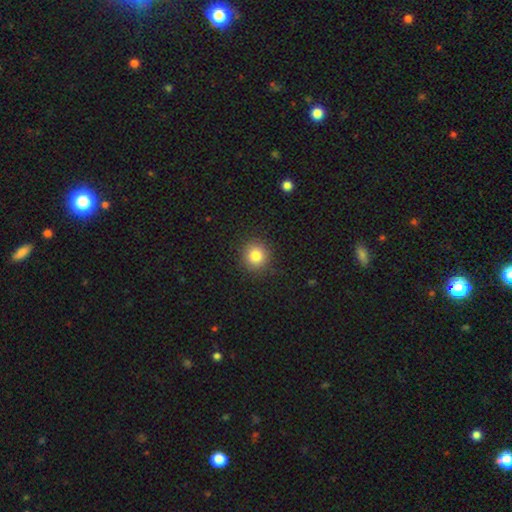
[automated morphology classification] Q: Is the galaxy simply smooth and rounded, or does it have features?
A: smooth — 83%.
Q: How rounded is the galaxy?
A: round — 91%.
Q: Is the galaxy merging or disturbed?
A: none — 90%.